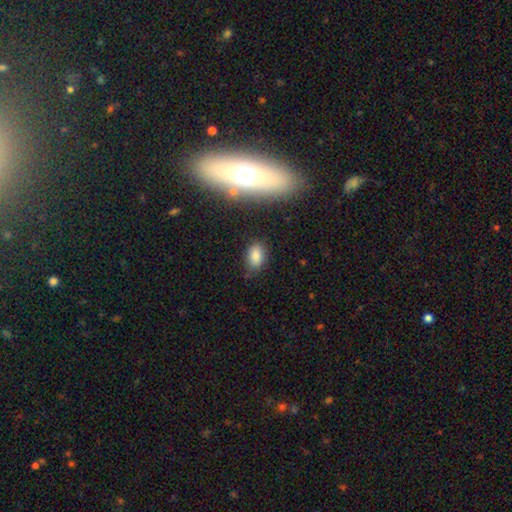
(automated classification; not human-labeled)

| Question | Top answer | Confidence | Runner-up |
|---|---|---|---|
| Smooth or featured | smooth | 81% | star or artifact (12%) |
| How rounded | in between | 87% | round (11%) |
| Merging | none | 76% | minor disturbance (17%) |